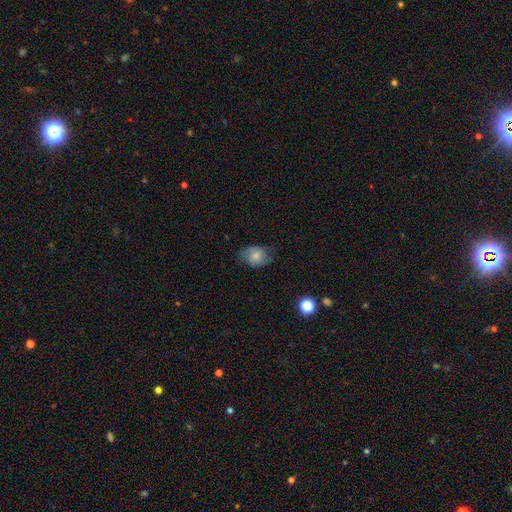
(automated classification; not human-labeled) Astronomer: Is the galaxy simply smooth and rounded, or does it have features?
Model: smooth — 63%.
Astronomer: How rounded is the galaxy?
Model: in between — 62% (runner-up: round, 37%).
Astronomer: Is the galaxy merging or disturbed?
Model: none — 59%.